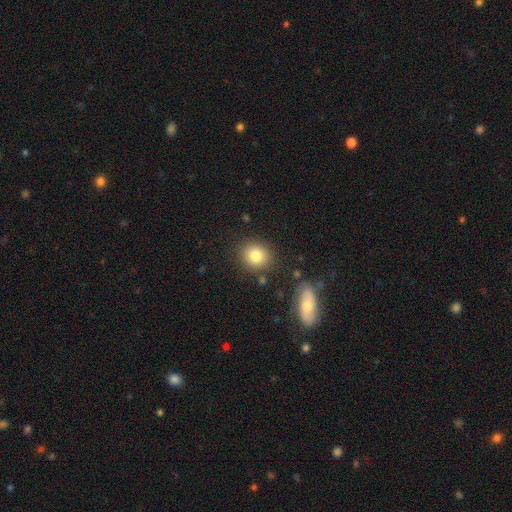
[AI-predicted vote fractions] This appears to be a smooth galaxy with no disk features (82%) that is round (80%). Merging: none (84%).